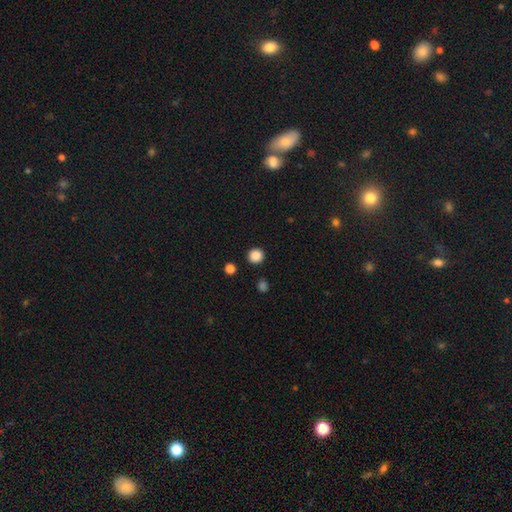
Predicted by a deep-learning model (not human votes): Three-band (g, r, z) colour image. It shows a smooth galaxy with no disk features (87%) that is round (94%). Merging: none (91%).